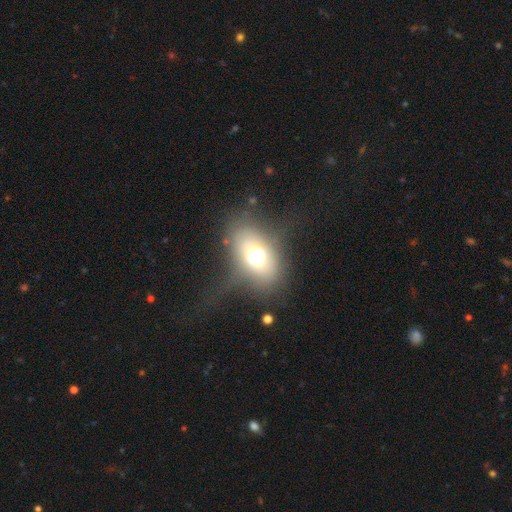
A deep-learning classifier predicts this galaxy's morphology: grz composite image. It shows a smooth galaxy with no disk features (64%) that is in between round and cigar-shaped (69%). Merging: none (59%).